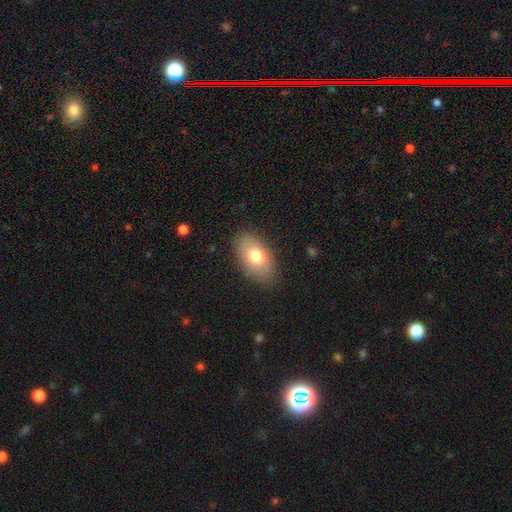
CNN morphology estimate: Smooth or featured? smooth (75%)
How rounded? in between (91%)
Merging? none (83%)